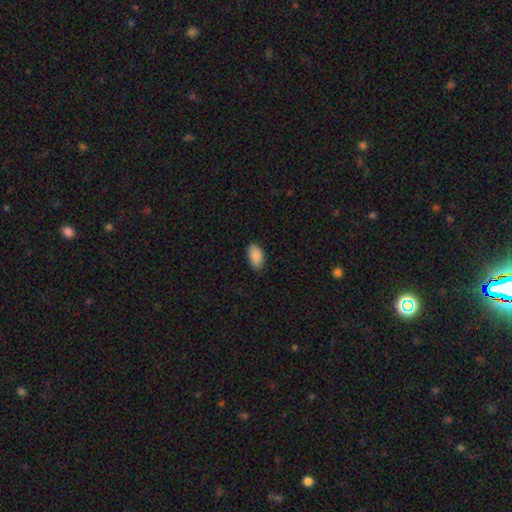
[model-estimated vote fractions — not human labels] This is clearly a smooth galaxy (89%). How rounded: clearly in between (94%). Merging: clearly none (85%).